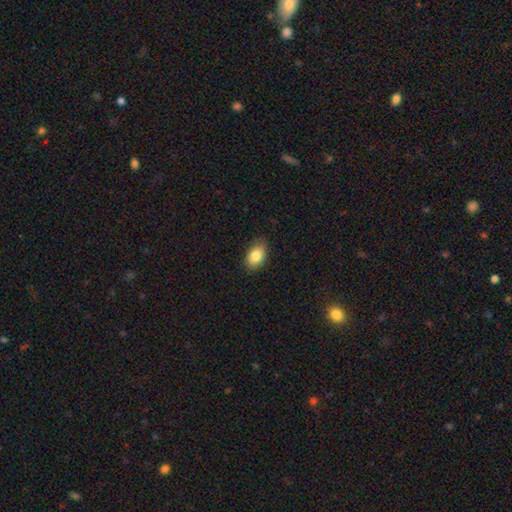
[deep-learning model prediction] Morphology: type=smooth (84%); roundness=in between (89%); merging=none (85%).